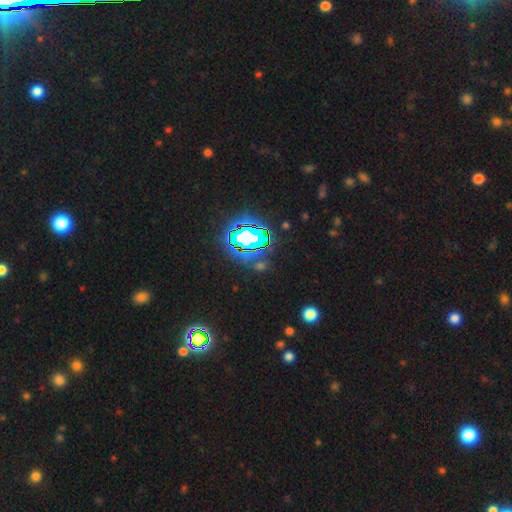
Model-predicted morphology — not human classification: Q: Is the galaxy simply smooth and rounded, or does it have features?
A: star or artifact — 82%.